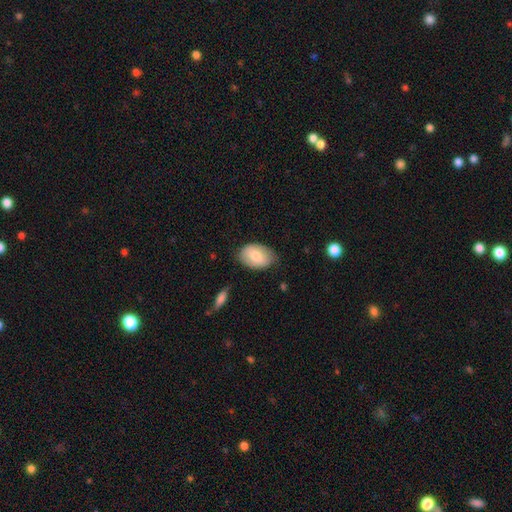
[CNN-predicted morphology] type=smooth (76%); roundness=in between (87%); merging=none (73%).